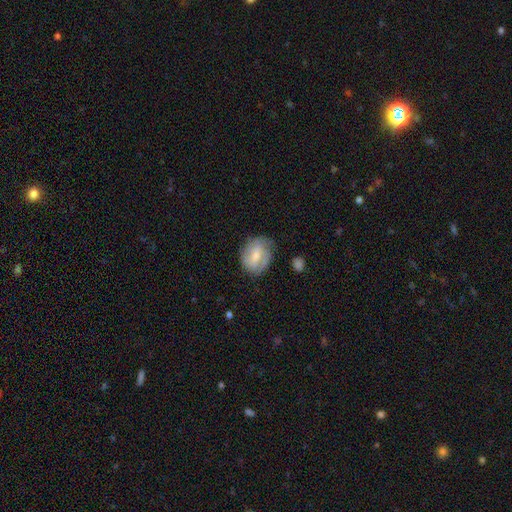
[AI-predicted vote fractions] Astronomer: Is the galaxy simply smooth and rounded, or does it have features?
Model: smooth — 52% (runner-up: featured or disk, 41%).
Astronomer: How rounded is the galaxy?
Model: in between — 50% (runner-up: round, 48%).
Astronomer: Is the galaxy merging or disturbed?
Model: none — 65%.